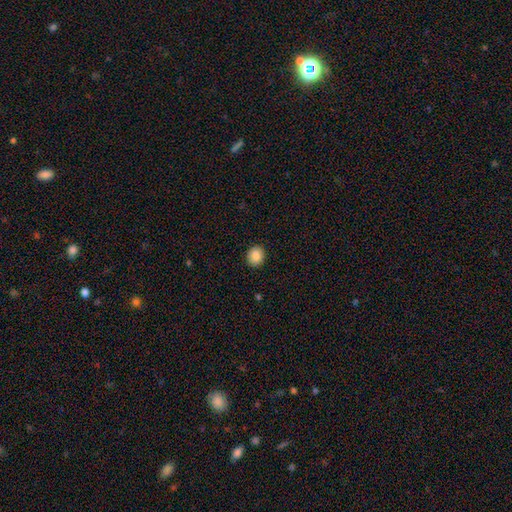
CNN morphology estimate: This appears to be a smooth galaxy with no disk features (87%) that is round (72%). Merging: none (91%).